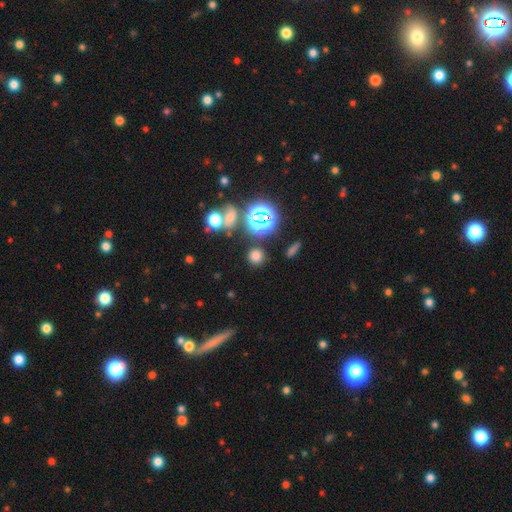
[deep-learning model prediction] Smooth or featured? smooth (66%)
How rounded? round (87%)
Merging? none (80%)